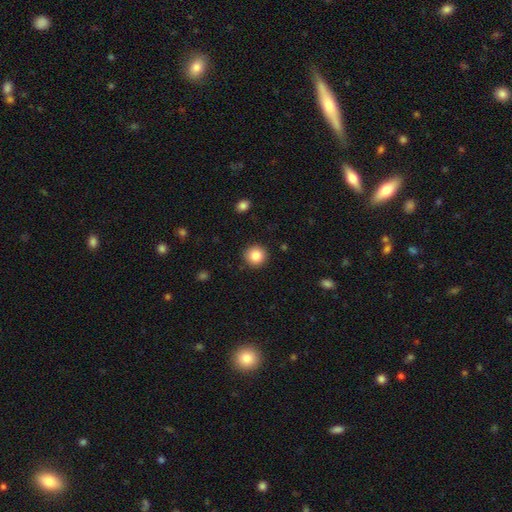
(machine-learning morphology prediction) Q: Smooth or featured?
A: smooth (85%); runner-up: star or artifact (9%)
Q: How rounded?
A: round (94%); runner-up: in between (5%)
Q: Merging?
A: none (91%); runner-up: minor disturbance (6%)